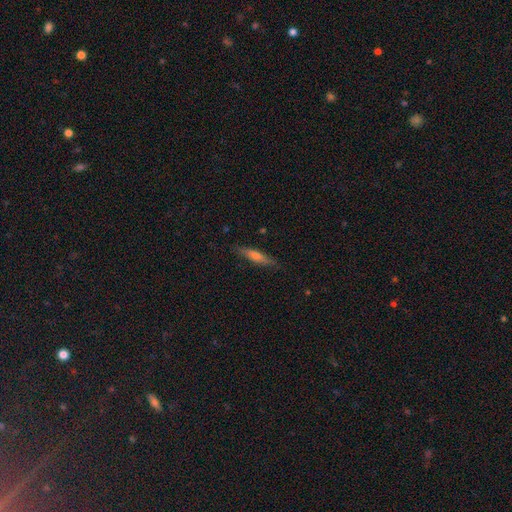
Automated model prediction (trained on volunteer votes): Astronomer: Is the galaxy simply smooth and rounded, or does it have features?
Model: featured or disk — 52% (runner-up: smooth, 39%).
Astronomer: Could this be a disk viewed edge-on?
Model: yes — 92%.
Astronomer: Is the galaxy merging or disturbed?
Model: none — 86%.